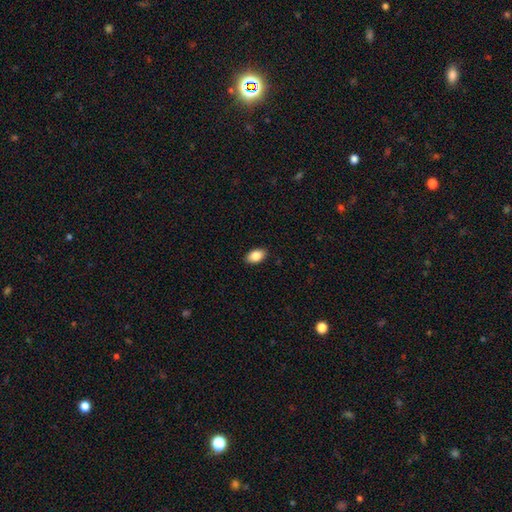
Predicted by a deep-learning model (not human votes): This appears to be a smooth galaxy with no disk features (87%) that is in between round and cigar-shaped (91%). Merging: none (89%).